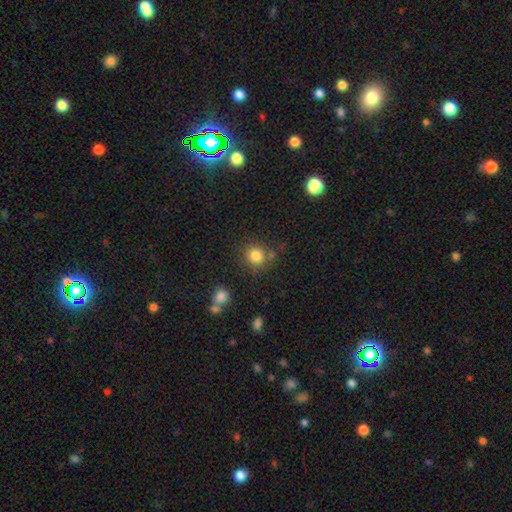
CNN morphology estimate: smooth 83%, star or artifact 11%, featured or disk 6%. Down the decision tree: how rounded — round (89%); merging — none (73%).